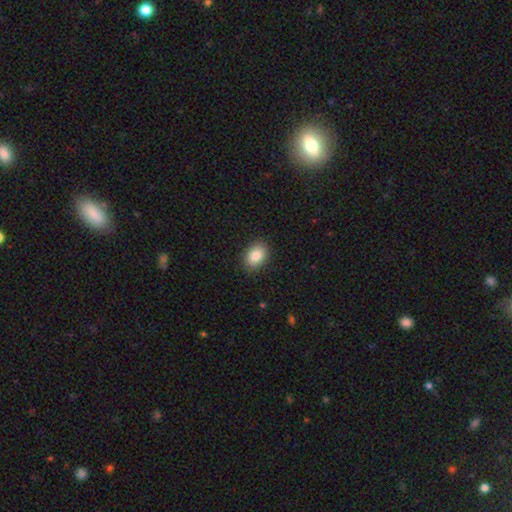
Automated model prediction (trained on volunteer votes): Overall: smooth (85%). How rounded: in between (75%). Merging: none (88%).